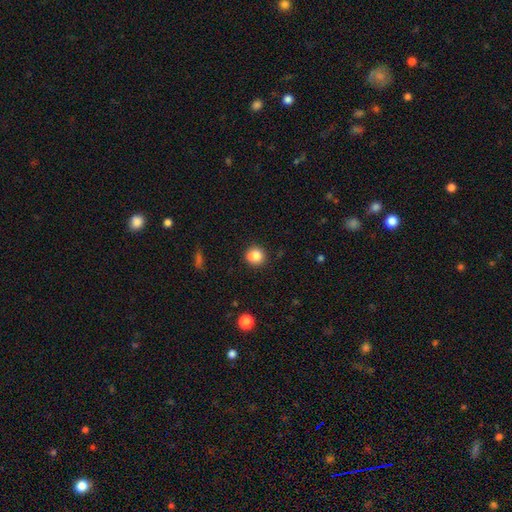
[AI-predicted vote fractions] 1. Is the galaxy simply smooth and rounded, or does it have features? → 80% smooth, 11% star or artifact, 10% featured or disk.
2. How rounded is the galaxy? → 83% round, 16% in between, 1% cigar-shaped.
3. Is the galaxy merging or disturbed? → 62% none, 20% merger, 14% minor disturbance, 4% major disturbance.